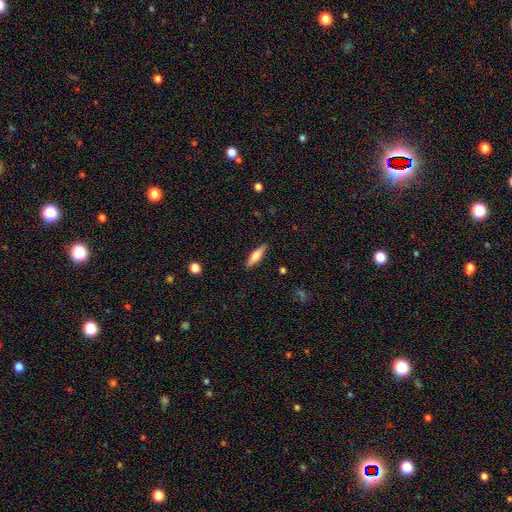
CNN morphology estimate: type=smooth (58%); roundness=cigar-shaped (63%); merging=none (88%).